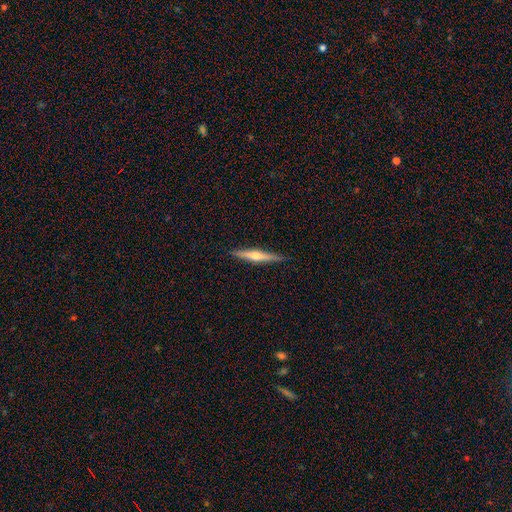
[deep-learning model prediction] Overall: featured or disk (64%; smooth 31%). Edge-on disk: yes (97%). Edge-on bulge: rounded (88%). Merging: none (90%).